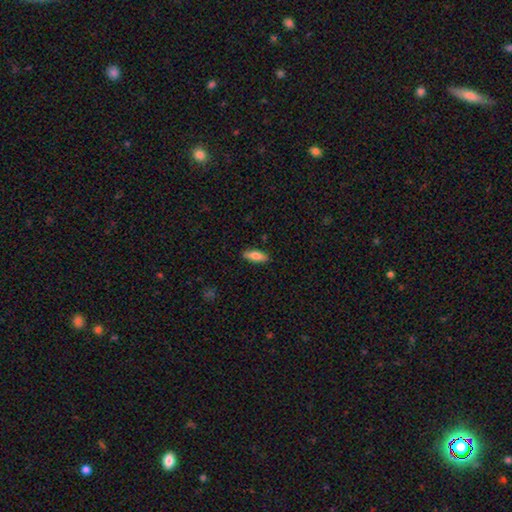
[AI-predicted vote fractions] Smooth or featured?
  - smooth: 76% *
  - featured or disk: 17%
  - star or artifact: 6%
How rounded?
  - in between: 67% *
  - cigar-shaped: 31%
  - round: 2%
Merging?
  - none: 88% *
  - minor disturbance: 9%
  - major disturbance: 2%
  - merger: 1%